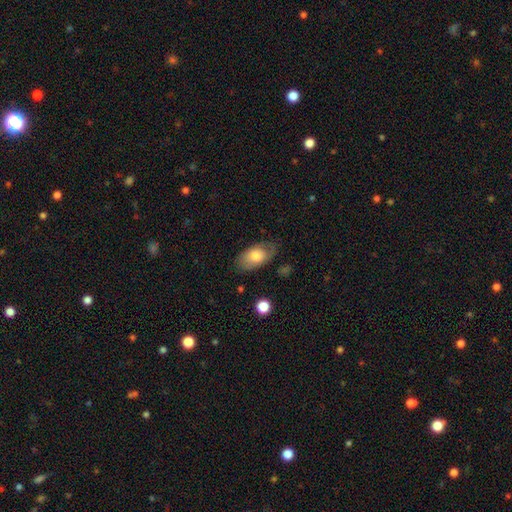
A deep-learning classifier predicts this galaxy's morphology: Q: Smooth or featured?
A: smooth (71%); runner-up: featured or disk (23%)
Q: How rounded?
A: in between (93%); runner-up: round (5%)
Q: Merging?
A: none (67%); runner-up: minor disturbance (24%)